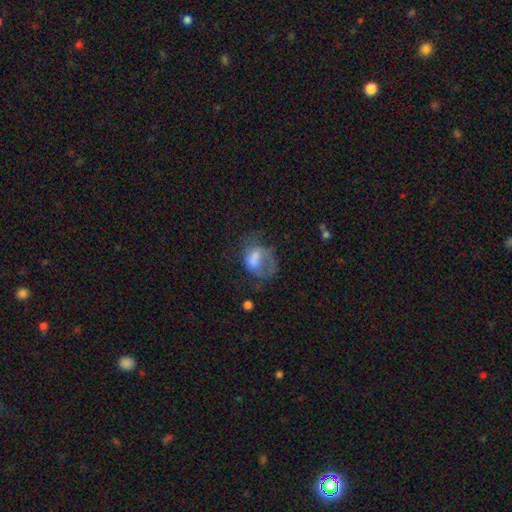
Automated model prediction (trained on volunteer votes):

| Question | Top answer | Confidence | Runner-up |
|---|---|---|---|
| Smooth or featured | featured or disk | 45% | smooth (44%) |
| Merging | major disturbance | 44% | none (31%) |